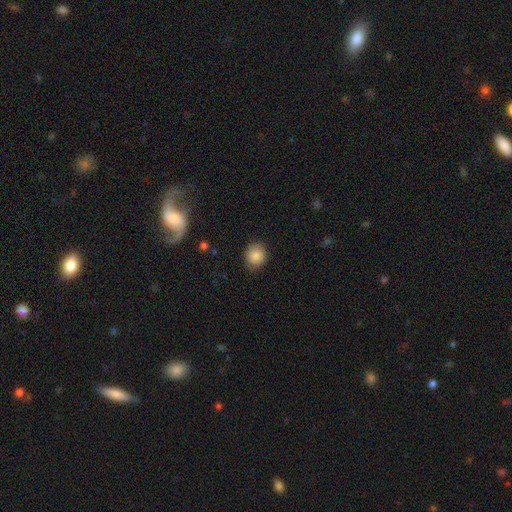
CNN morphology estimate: smooth-or-featured: smooth: 86% | star or artifact: 9% | featured or disk: 5%
  how-rounded: round: 74% | in between: 25% | cigar-shaped: 1%
  merging: none: 85% | minor disturbance: 11% | major disturbance: 3% | merger: 1%